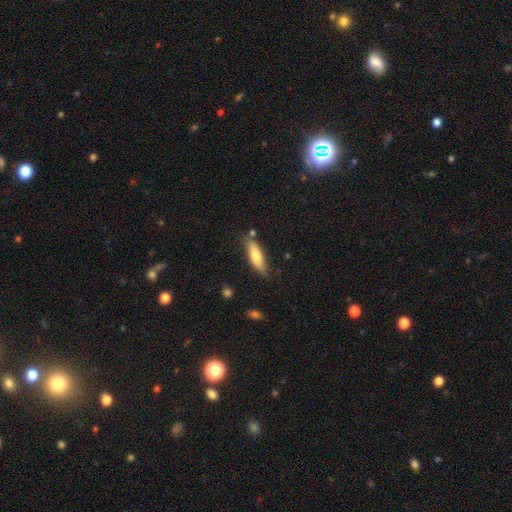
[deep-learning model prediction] Overall: smooth (71%). How rounded: cigar-shaped (52%; in between 46%). Merging: none (74%).